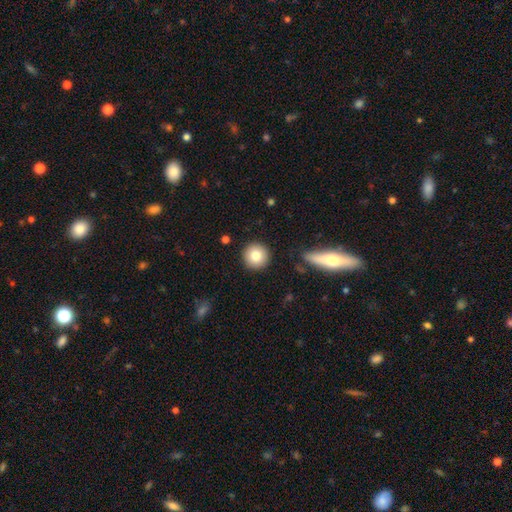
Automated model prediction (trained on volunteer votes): A smooth galaxy with no disk features (80%) that is round (95%).

Vote fractions:
- Smooth or featured? smooth: 80% / featured or disk: 11% / star or artifact: 9%
- How rounded? round: 95% / in between: 4% / cigar-shaped: 1%
- Merging? none: 90% / minor disturbance: 6% / major disturbance: 2% / merger: 2%